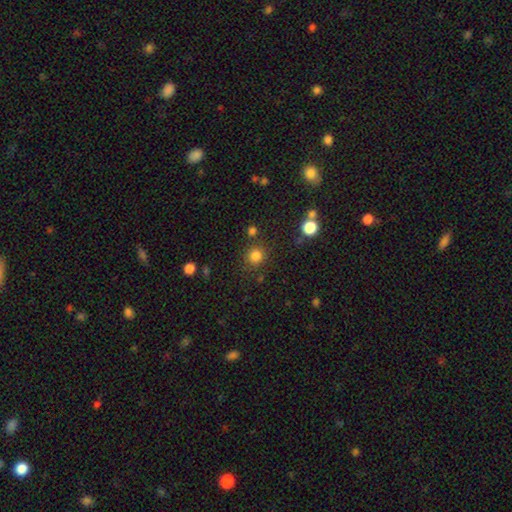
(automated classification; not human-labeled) Smooth or featured: smooth — 82% (star or artifact — 14%)
How rounded: round — 92% (in between — 7%)
Merging: none — 84% (minor disturbance — 8%)